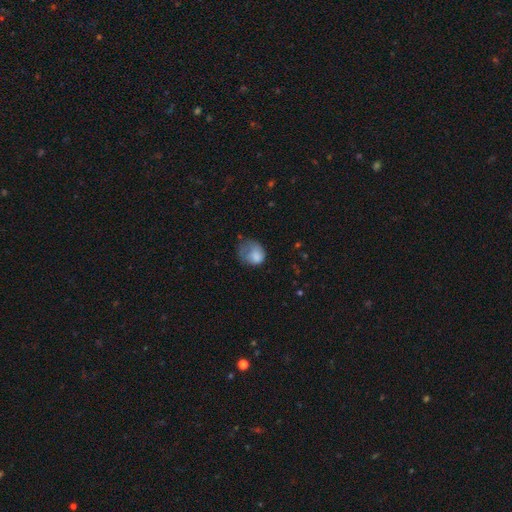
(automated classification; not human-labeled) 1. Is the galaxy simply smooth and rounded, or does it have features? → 73% smooth, 19% featured or disk, 9% star or artifact.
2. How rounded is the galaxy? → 53% round, 46% in between, 1% cigar-shaped.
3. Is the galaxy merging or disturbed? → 42% major disturbance, 31% minor disturbance, 25% none, 2% merger.